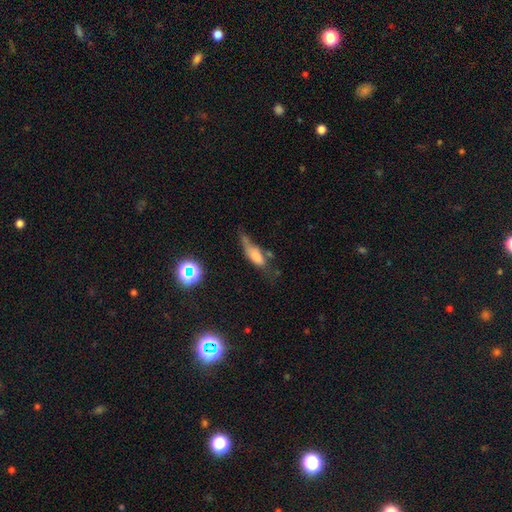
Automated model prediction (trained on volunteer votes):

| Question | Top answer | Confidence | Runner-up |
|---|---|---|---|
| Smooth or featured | smooth | 62% | featured or disk (26%) |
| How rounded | in between | 62% | cigar-shaped (33%) |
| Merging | major disturbance | 32% | minor disturbance (31%) |